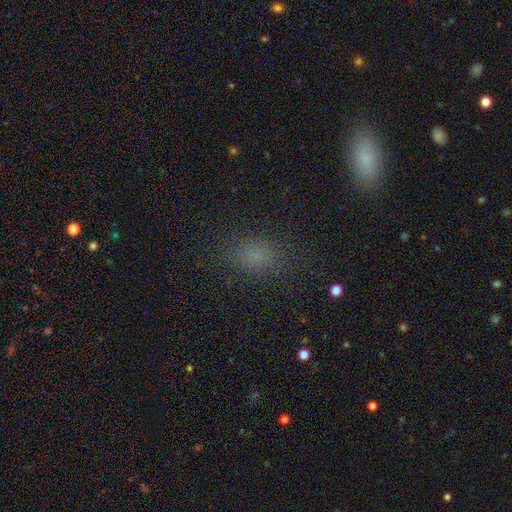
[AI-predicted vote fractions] The model was most divided on "smooth or featured": smooth: 73%, star or artifact: 19%, featured or disk: 8%. More confident: merging — none (81%); how rounded — in between (76%).